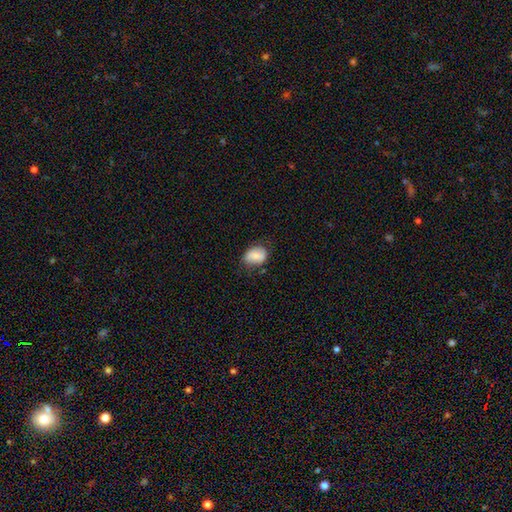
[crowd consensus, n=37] A smooth galaxy with no disk features (89%) that is in between round and cigar-shaped (79%). Merging: none (66%).